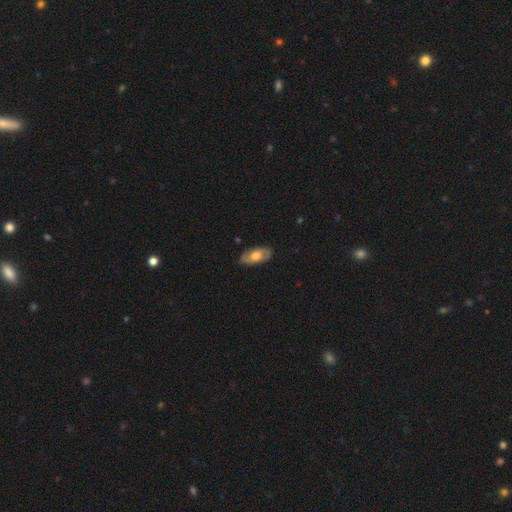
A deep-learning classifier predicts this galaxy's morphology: Smooth or featured: featured or disk — 49% (smooth — 45%)
Merging: none — 83% (minor disturbance — 13%)